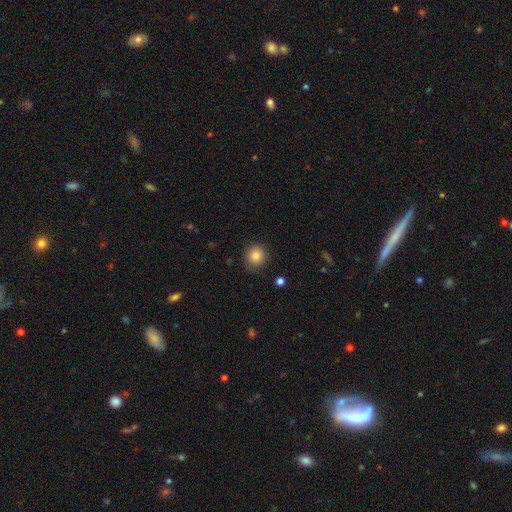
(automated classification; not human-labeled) Smooth or featured? smooth (85%)
How rounded? round (90%)
Merging? none (87%)